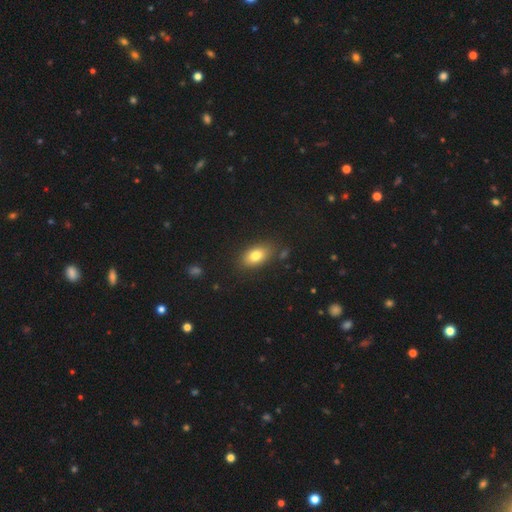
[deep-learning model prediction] Smooth or featured? smooth (80%)
How rounded? in between (88%)
Merging? none (81%)